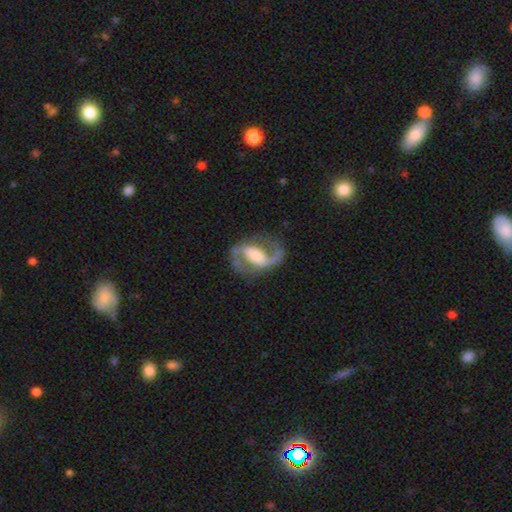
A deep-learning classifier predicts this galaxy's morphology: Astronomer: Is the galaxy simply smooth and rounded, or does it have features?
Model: featured or disk — 86%.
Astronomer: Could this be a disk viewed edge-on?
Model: no — 97%.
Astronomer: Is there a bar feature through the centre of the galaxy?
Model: strong — 41% (runner-up: weak, 37%).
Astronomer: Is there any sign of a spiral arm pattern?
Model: yes — 93%.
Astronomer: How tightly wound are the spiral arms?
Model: medium — 52% (runner-up: loose, 34%).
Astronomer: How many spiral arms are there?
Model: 2 — 91%.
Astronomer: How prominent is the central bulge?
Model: moderate — 39% (runner-up: large, 28%).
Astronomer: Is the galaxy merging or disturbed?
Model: none — 72%.